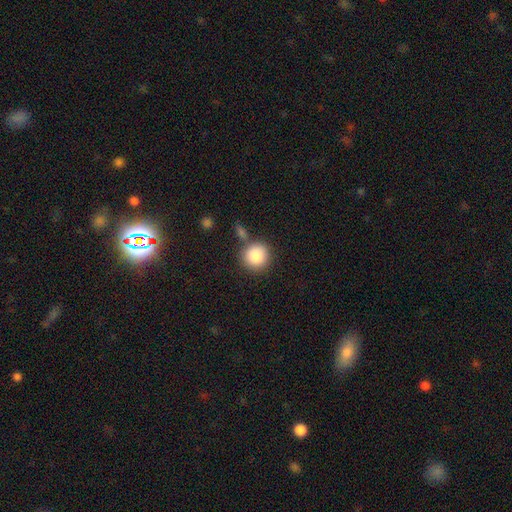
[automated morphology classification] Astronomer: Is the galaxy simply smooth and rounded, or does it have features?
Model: smooth — 87%.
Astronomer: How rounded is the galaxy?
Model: round — 91%.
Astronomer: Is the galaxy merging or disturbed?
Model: none — 72%.